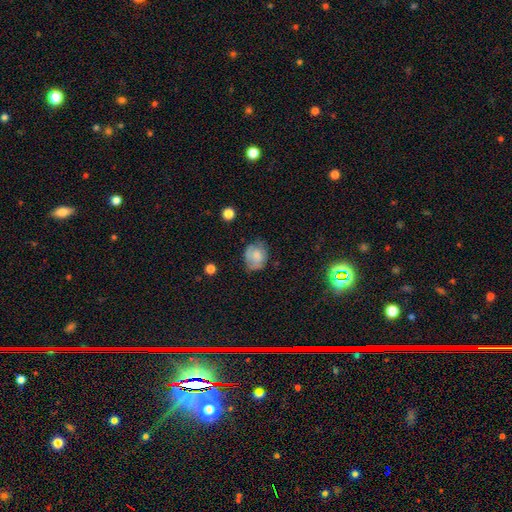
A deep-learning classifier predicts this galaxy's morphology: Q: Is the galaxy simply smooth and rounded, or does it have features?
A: smooth — 64%.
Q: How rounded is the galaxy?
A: round — 51%.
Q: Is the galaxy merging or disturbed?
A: none — 53%.